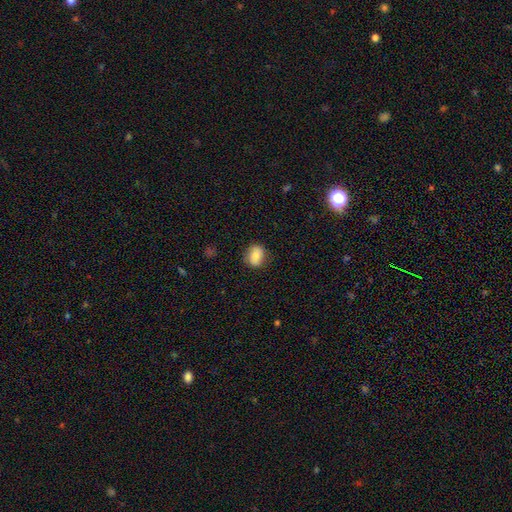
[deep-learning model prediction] smooth_or_featured: smooth (p=0.80) [alt: featured or disk p=0.12]
how_rounded: in between (p=0.56) [alt: round p=0.43]
merging: none (p=0.81) [alt: minor disturbance p=0.14]